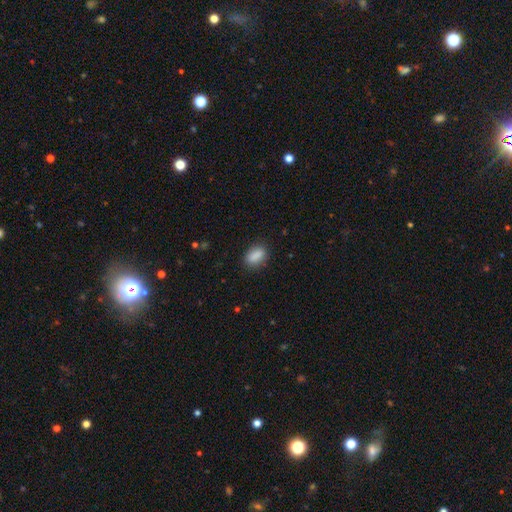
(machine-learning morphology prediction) Overall: smooth (88%). How rounded: in between (84%). Merging: none (85%).